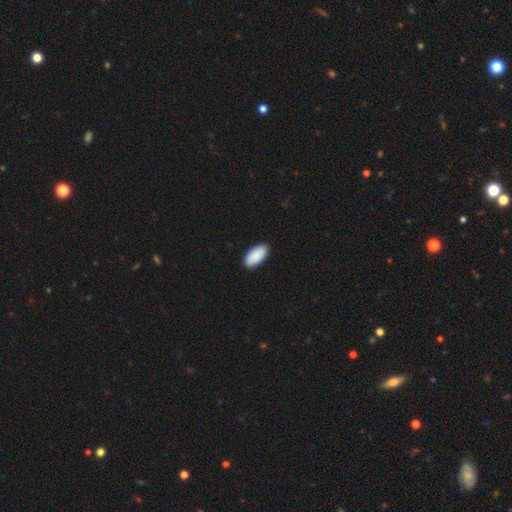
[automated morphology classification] smooth_or_featured: smooth (p=0.90) [alt: star or artifact p=0.05]
how_rounded: in between (p=0.95) [alt: cigar-shaped p=0.04]
merging: none (p=0.90) [alt: minor disturbance p=0.08]